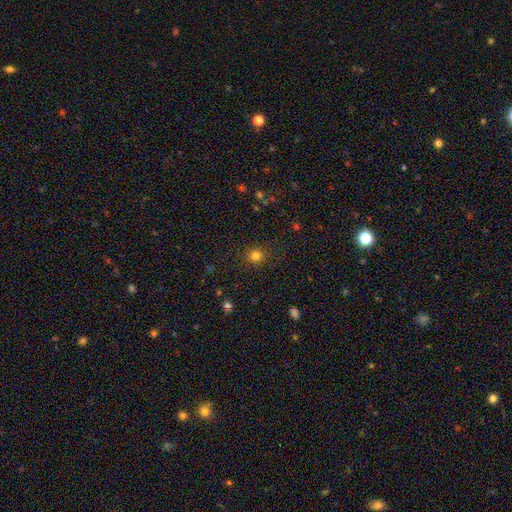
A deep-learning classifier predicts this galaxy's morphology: A smooth galaxy with no disk features (78%) that is round (86%).

Vote fractions:
- Smooth or featured? smooth: 78% / star or artifact: 16% / featured or disk: 6%
- How rounded? round: 86% / in between: 13% / cigar-shaped: 1%
- Merging? none: 87% / minor disturbance: 9% / major disturbance: 3% / merger: 1%